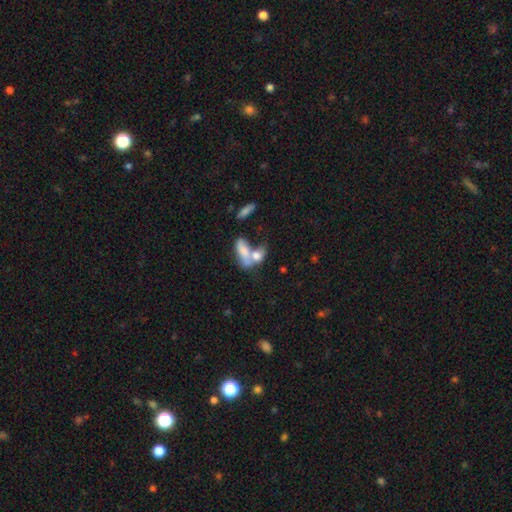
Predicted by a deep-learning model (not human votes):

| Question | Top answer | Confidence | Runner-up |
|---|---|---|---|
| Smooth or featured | smooth | 70% | featured or disk (21%) |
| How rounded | in between | 79% | cigar-shaped (12%) |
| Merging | merger | 62% | none (20%) |